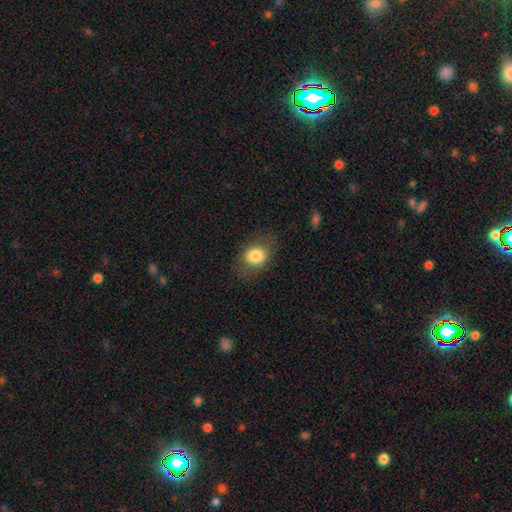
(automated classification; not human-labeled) Morphology: type=smooth (81%); roundness=in between (55%); merging=none (77%).